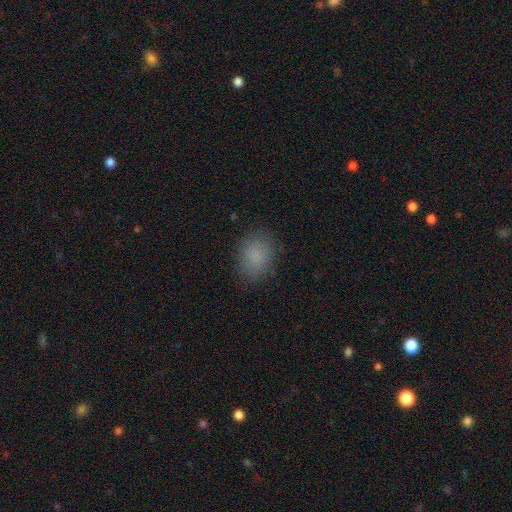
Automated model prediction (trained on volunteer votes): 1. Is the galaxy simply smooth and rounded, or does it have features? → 85% smooth, 10% star or artifact, 5% featured or disk.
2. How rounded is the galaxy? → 58% in between, 41% round, 1% cigar-shaped.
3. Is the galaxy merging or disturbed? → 82% none, 13% minor disturbance, 4% major disturbance, 1% merger.